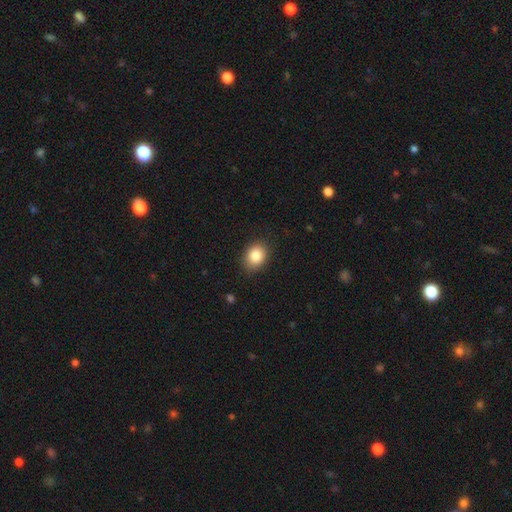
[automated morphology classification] smooth-or-featured: smooth: 86% | star or artifact: 9% | featured or disk: 6%
  how-rounded: in between: 58% | round: 41% | cigar-shaped: 1%
  merging: none: 85% | minor disturbance: 12% | major disturbance: 3% | merger: 1%